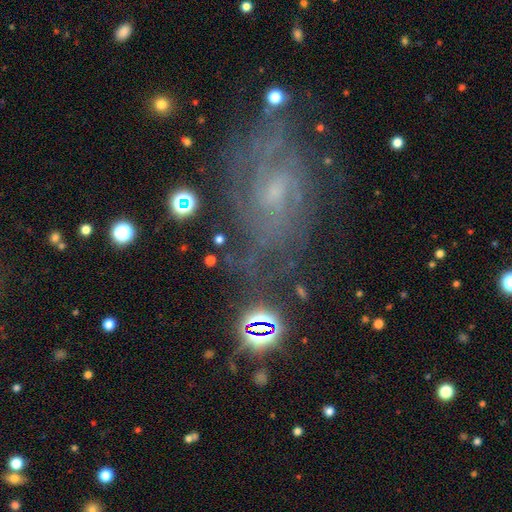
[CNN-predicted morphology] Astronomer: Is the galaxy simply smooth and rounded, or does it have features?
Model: featured or disk — 70%.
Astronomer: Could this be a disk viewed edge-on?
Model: no — 95%.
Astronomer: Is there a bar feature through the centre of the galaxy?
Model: no — 49% (runner-up: weak, 42%).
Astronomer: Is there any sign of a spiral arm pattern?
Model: yes — 86%.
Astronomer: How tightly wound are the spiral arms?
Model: tight — 54% (runner-up: medium, 33%).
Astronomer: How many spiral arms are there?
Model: can't tell — 51%.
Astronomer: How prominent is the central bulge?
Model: small — 70%.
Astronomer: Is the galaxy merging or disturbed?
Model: none — 67%.